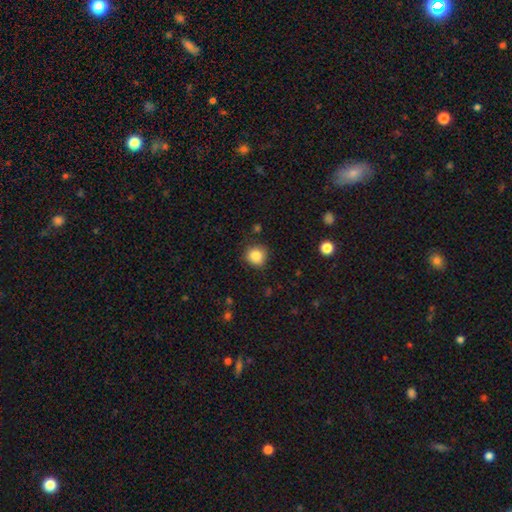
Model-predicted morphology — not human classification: Overall: smooth (85%). How rounded: round (89%). Merging: none (82%).